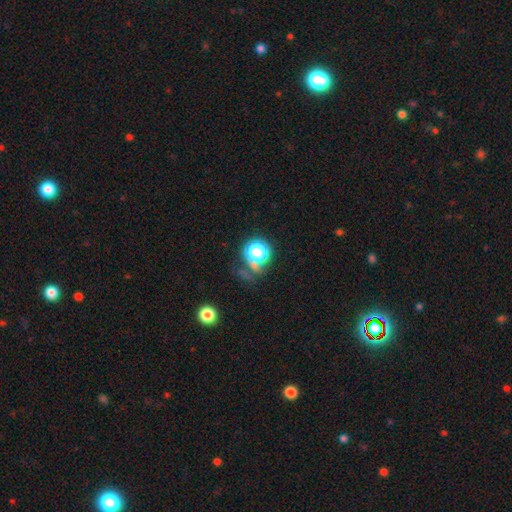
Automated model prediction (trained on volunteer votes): A star or artifact, not a galaxy (48%).